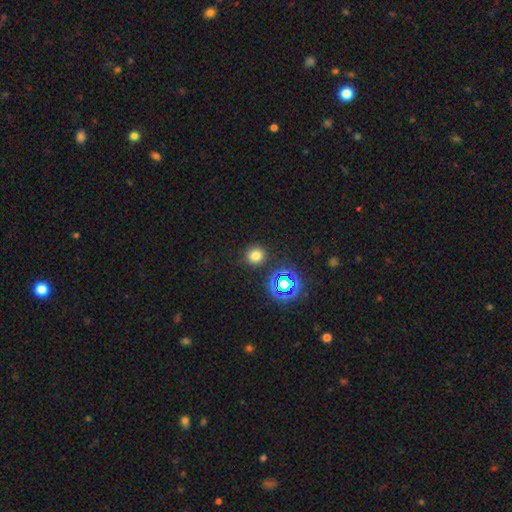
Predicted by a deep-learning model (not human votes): Smooth or featured? Predicted: smooth (p=0.72). How rounded? Predicted: round (p=0.88). Merging? Predicted: none (p=0.87).